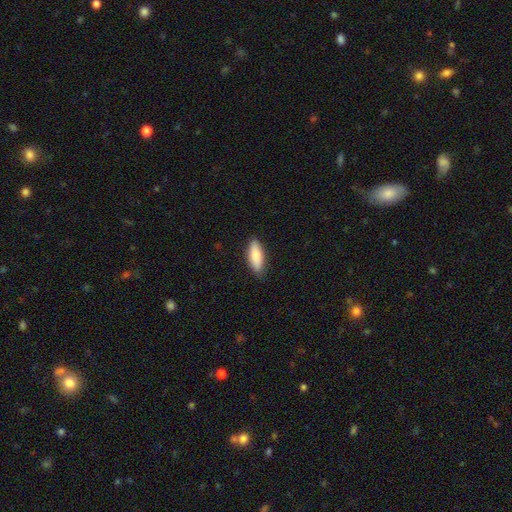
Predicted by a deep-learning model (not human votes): Overall: smooth (84%). How rounded: in between (63%; cigar-shaped 36%). Merging: none (87%).